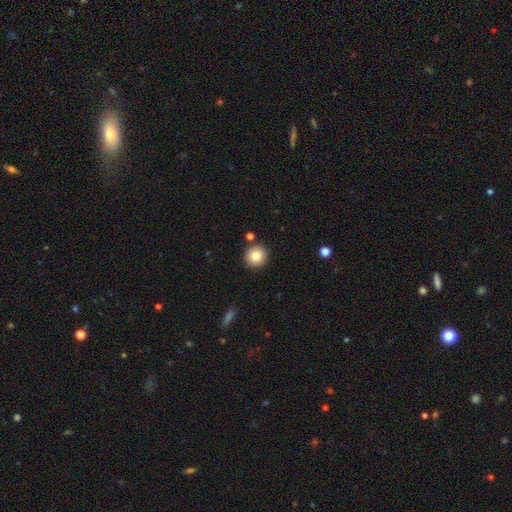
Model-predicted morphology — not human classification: Smooth or featured? Predicted: smooth (p=0.82). How rounded? Predicted: round (p=0.95). Merging? Predicted: none (p=0.88).